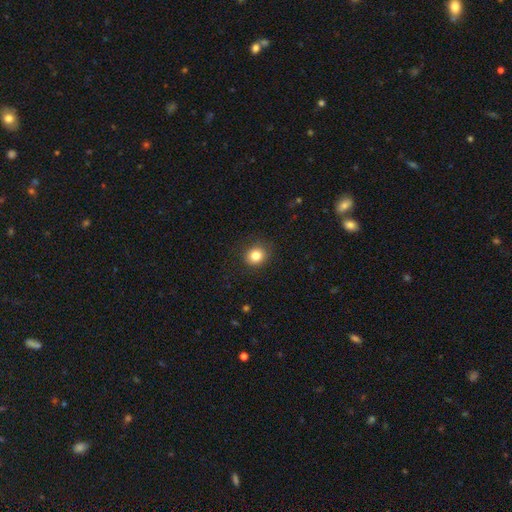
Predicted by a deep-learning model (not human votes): Smooth or featured? Predicted: smooth (p=0.83). How rounded? Predicted: round (p=0.83). Merging? Predicted: none (p=0.88).